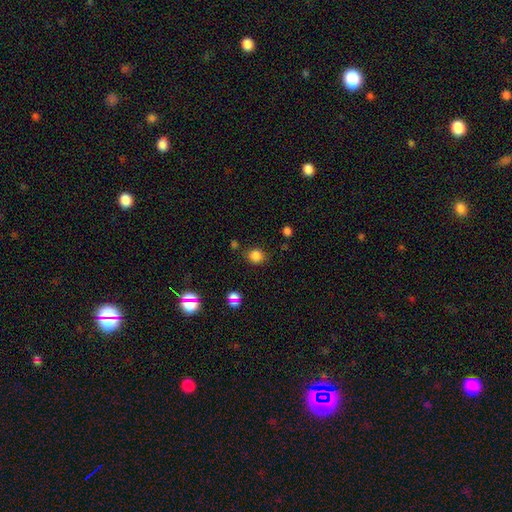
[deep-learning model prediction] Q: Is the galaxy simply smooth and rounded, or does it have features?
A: smooth — 81%.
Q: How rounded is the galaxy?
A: round — 82%.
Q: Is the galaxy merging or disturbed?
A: none — 80%.